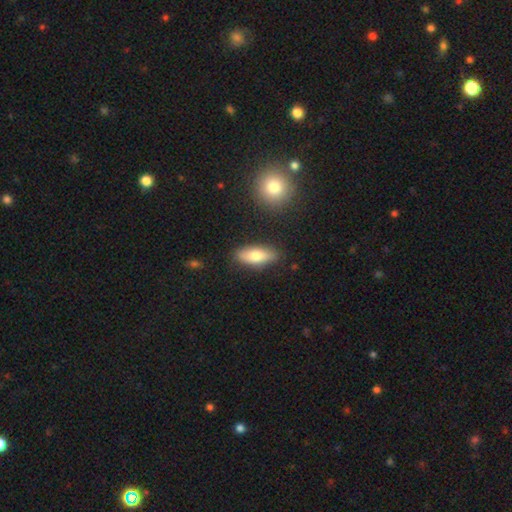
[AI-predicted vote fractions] Smooth or featured? Predicted: smooth (p=0.73). How rounded? Predicted: in between (p=0.74). Merging? Predicted: none (p=0.83).